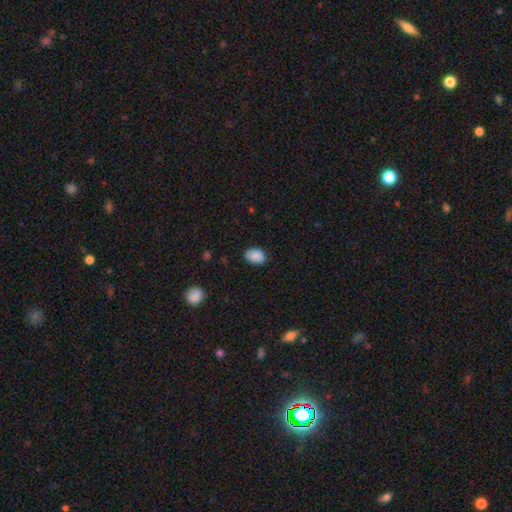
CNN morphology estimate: A smooth galaxy with no disk features (88%) that is in between round and cigar-shaped (75%). Merging: none (82%).